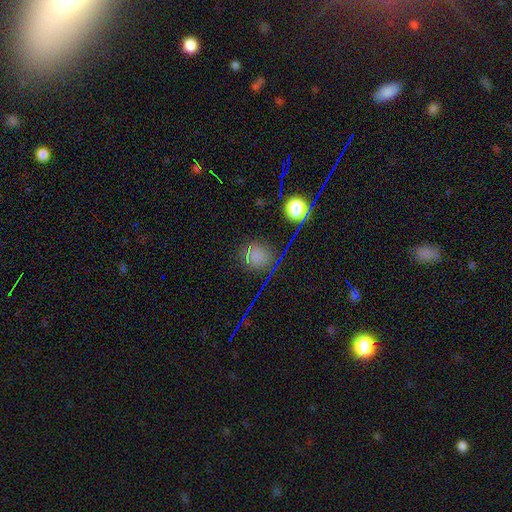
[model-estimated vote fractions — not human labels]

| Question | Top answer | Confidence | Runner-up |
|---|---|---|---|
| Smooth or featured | smooth | 56% | star or artifact (36%) |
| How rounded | round | 88% | in between (11%) |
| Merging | none | 84% | minor disturbance (10%) |